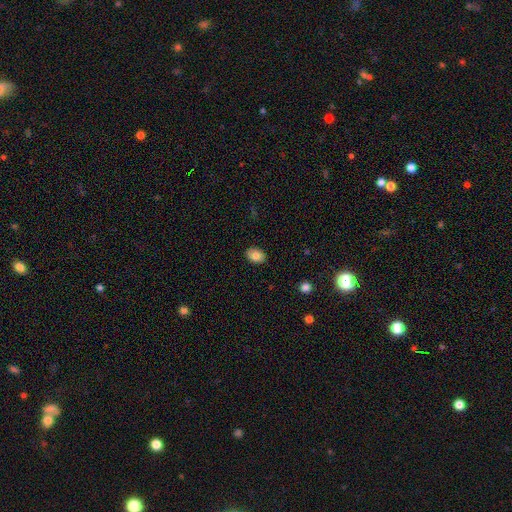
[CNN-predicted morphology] This is clearly a smooth galaxy (81%). How rounded: likely in between (78%). Merging: clearly none (88%).